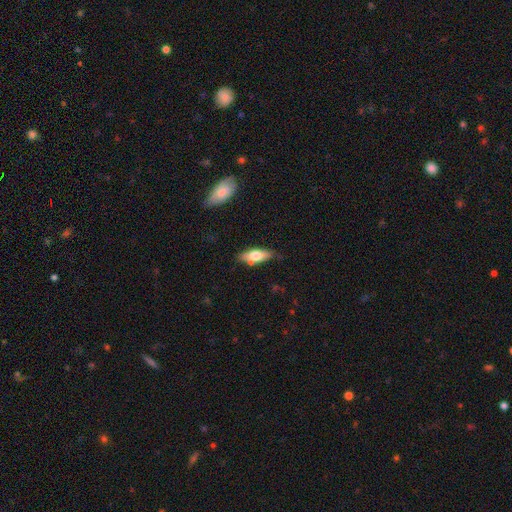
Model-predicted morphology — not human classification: Smooth or featured?
  - smooth: 61% *
  - featured or disk: 33%
  - star or artifact: 6%
How rounded?
  - in between: 64% *
  - cigar-shaped: 33%
  - round: 3%
Merging?
  - none: 70% *
  - minor disturbance: 19%
  - merger: 8%
  - major disturbance: 4%